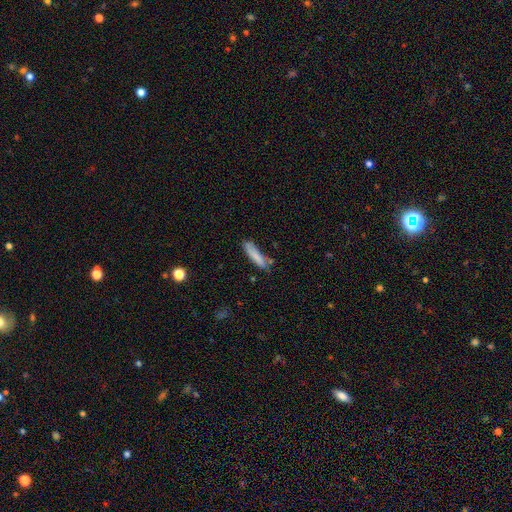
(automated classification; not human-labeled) A smooth galaxy with no disk features (81%) that is cigar-shaped (81%). Merging: none (68%).